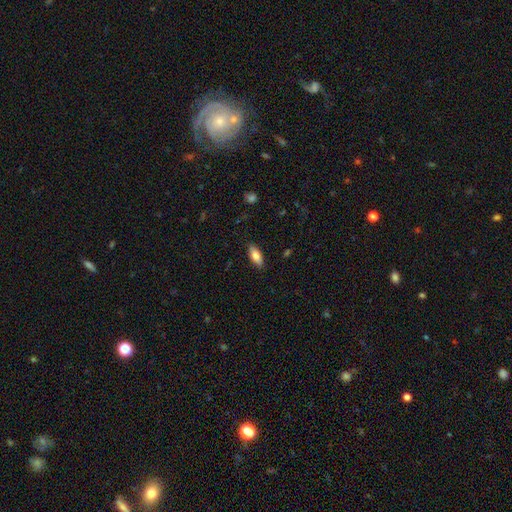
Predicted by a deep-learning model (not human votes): Smooth or featured? smooth (77%)
How rounded? in between (78%)
Merging? none (87%)